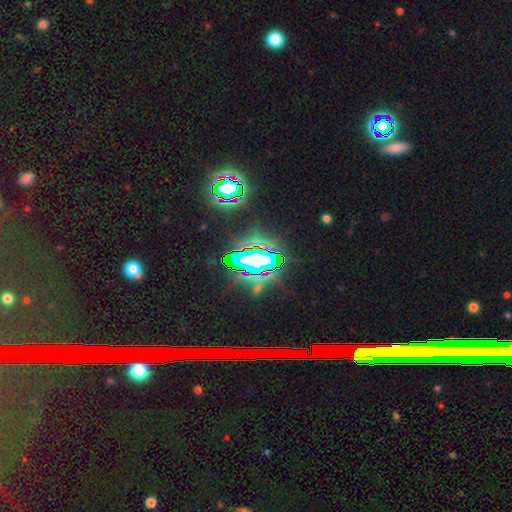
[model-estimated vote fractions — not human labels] This appears to be a star or artifact, not a galaxy (69%).